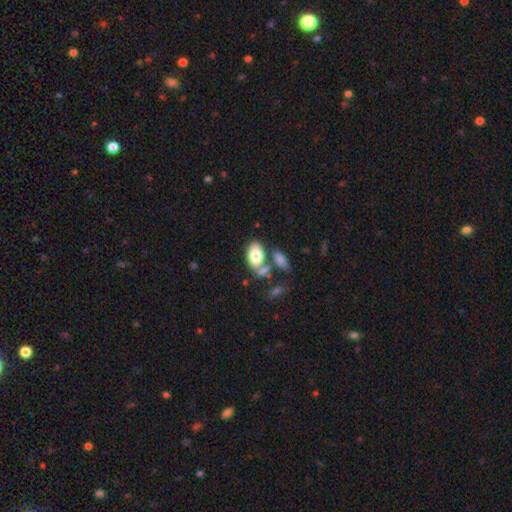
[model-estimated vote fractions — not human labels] Smooth or featured?
  - smooth: 77% *
  - featured or disk: 16%
  - star or artifact: 7%
How rounded?
  - in between: 91% *
  - round: 7%
  - cigar-shaped: 2%
Merging?
  - none: 53% *
  - merger: 28%
  - minor disturbance: 13%
  - major disturbance: 5%